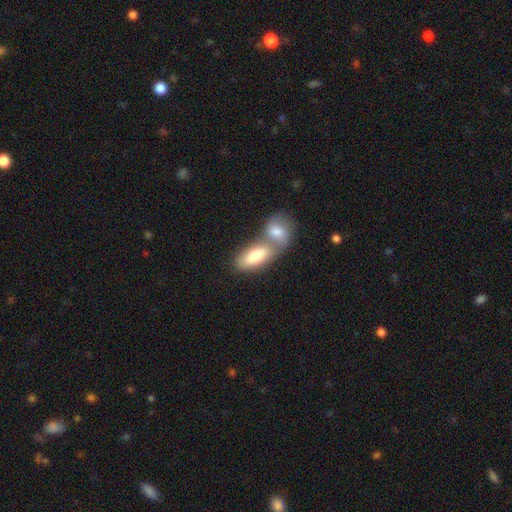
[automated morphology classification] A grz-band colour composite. It shows a smooth galaxy with no disk features (76%) that is in between round and cigar-shaped (84%). Merging: merger (63%).